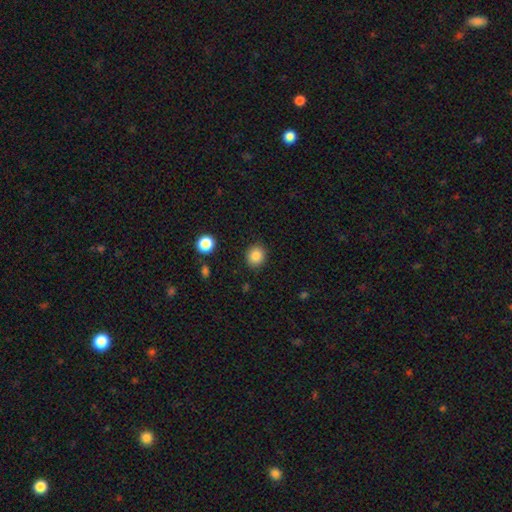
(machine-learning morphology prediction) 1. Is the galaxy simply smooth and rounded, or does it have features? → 86% smooth, 10% star or artifact, 4% featured or disk.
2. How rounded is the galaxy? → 74% round, 25% in between, 1% cigar-shaped.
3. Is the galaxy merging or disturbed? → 89% none, 7% minor disturbance, 2% major disturbance, 1% merger.